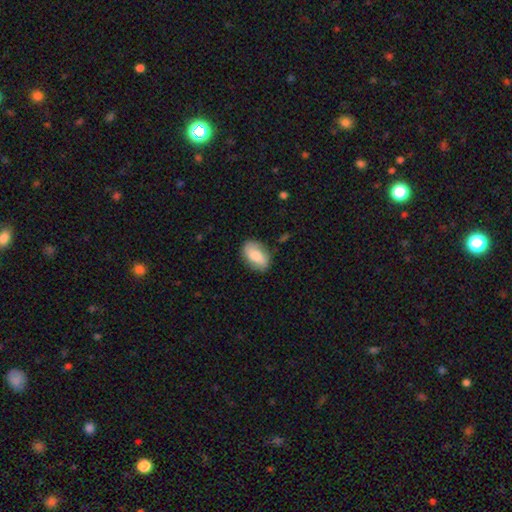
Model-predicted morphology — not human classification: Smooth or featured?
  - smooth: 71% *
  - featured or disk: 22%
  - star or artifact: 7%
How rounded?
  - in between: 89% *
  - round: 8%
  - cigar-shaped: 2%
Merging?
  - none: 81% *
  - minor disturbance: 14%
  - major disturbance: 3%
  - merger: 2%